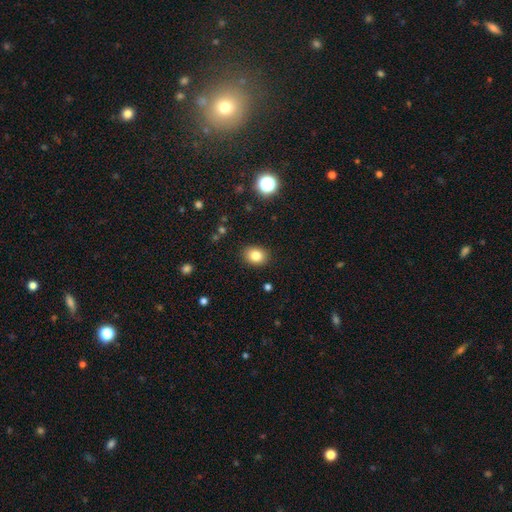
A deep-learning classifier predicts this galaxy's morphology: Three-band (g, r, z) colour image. It shows a smooth galaxy with no disk features (82%) that is in between round and cigar-shaped (55%). Merging: none (89%).